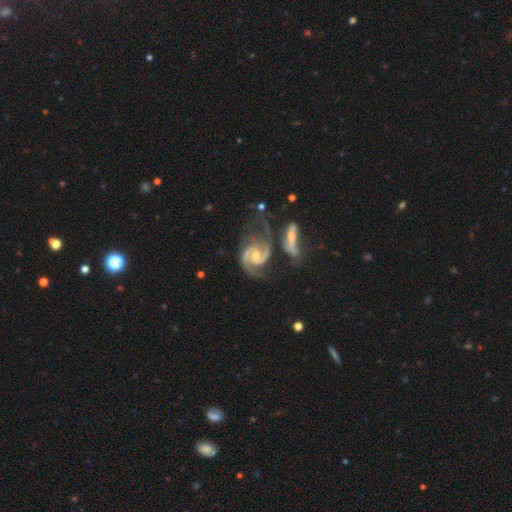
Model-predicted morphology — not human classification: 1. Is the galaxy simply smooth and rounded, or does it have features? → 91% featured or disk, 5% star or artifact, 4% smooth.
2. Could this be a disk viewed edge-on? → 97% no, 3% yes.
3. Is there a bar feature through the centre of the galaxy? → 50% no, 38% weak, 12% strong.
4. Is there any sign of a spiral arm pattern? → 98% yes, 2% no.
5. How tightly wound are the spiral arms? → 53% medium, 30% tight, 17% loose.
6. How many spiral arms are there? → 86% 2, 4% 3, 4% can't tell, 2% 1, 1% 4, 1% more than 4.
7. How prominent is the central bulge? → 57% moderate, 37% small, 3% large, 2% none, 1% dominant.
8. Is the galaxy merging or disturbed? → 37% none, 25% merger, 20% minor disturbance, 18% major disturbance.